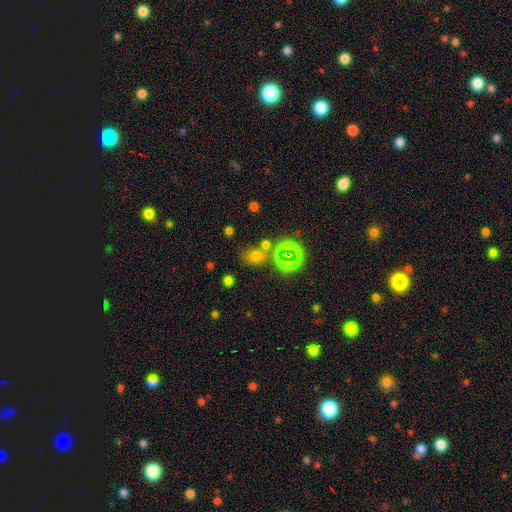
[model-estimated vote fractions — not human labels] A smooth galaxy with no disk features (60%) that is round (50%).

Vote fractions:
- Smooth or featured? smooth: 60% / star or artifact: 31% / featured or disk: 8%
- How rounded? round: 50% / in between: 49% / cigar-shaped: 2%
- Merging? none: 65% / merger: 18% / minor disturbance: 12% / major disturbance: 5%